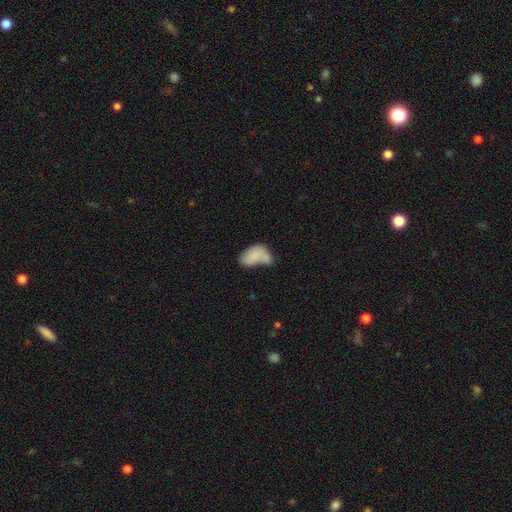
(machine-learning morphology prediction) Overall: smooth (77%). How rounded: in between (92%). Merging: merger (29%; none 25%).